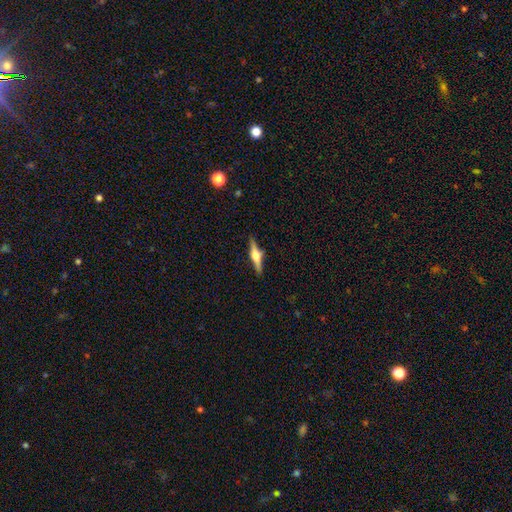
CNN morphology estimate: Smooth or featured? featured or disk (68%)
Edge-on disk? yes (97%)
Edge-on bulge? rounded (91%)
Merging? none (88%)